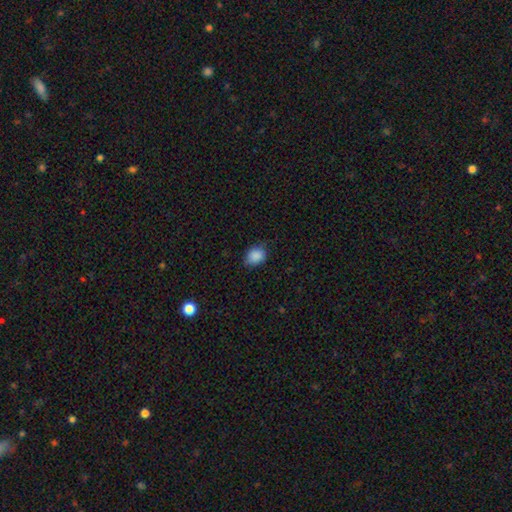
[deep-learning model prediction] Q: Smooth or featured?
A: smooth (87%); runner-up: star or artifact (9%)
Q: How rounded?
A: in between (50%); runner-up: round (49%)
Q: Merging?
A: none (70%); runner-up: minor disturbance (25%)